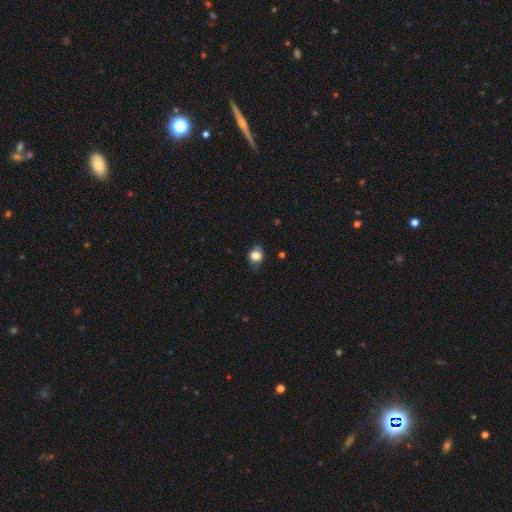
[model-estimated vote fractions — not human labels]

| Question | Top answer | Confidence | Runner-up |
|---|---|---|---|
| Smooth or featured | smooth | 77% | featured or disk (13%) |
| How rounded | in between | 53% | round (45%) |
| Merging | none | 72% | minor disturbance (21%) |